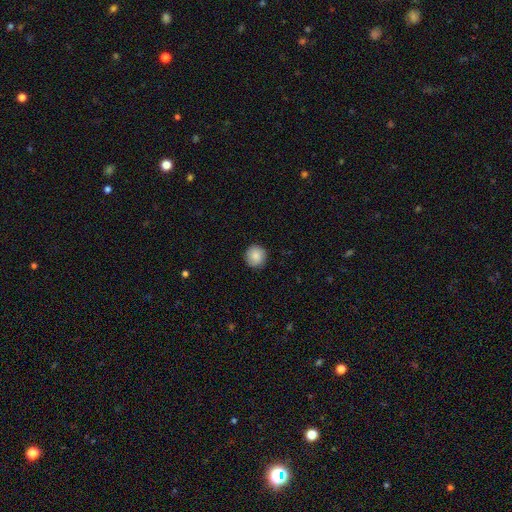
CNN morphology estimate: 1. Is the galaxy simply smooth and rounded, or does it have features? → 86% smooth, 8% star or artifact, 6% featured or disk.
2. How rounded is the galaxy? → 94% round, 5% in between, 1% cigar-shaped.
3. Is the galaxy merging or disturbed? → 90% none, 7% minor disturbance, 2% major disturbance, 1% merger.